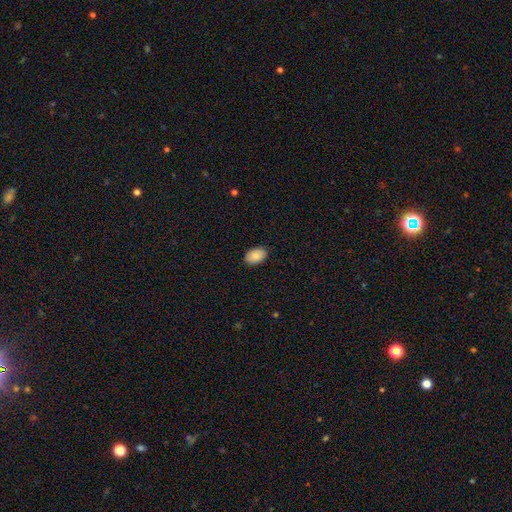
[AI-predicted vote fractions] smooth_or_featured: smooth (p=0.86) [alt: featured or disk p=0.08]
how_rounded: in between (p=0.90) [alt: round p=0.09]
merging: none (p=0.88) [alt: minor disturbance p=0.09]